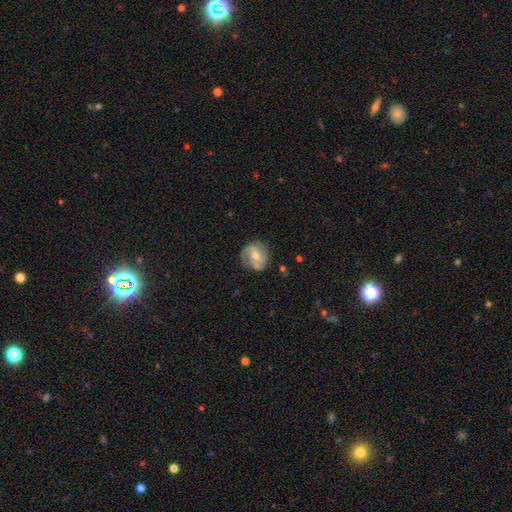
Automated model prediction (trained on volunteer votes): Q: Smooth or featured?
A: featured or disk (69%); runner-up: smooth (23%)
Q: Edge-on disk?
A: no (97%); runner-up: yes (3%)
Q: Bar?
A: weak (42%); runner-up: no (40%)
Q: Spiral arms?
A: yes (89%); runner-up: no (11%)
Q: Spiral winding?
A: medium (43%); runner-up: tight (34%)
Q: Spiral arm count?
A: 2 (61%); runner-up: can't tell (16%)
Q: Bulge size?
A: moderate (57%); runner-up: small (39%)
Q: Merging?
A: none (76%); runner-up: minor disturbance (17%)